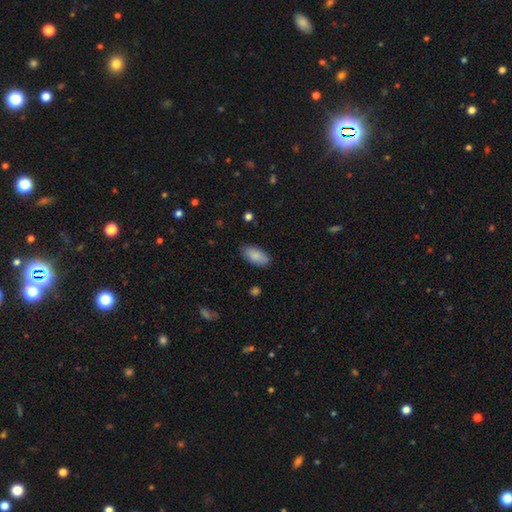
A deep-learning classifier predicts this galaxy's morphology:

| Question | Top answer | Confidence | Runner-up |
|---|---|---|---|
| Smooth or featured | smooth | 87% | featured or disk (7%) |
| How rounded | in between | 91% | cigar-shaped (7%) |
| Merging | none | 84% | minor disturbance (12%) |